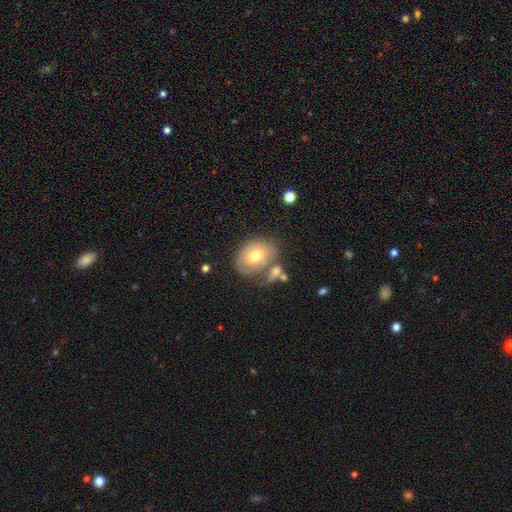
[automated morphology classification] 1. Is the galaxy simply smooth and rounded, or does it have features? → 56% smooth, 37% featured or disk, 7% star or artifact.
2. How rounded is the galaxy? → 66% in between, 33% round, 1% cigar-shaped.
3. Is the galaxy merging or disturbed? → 51% none, 20% minor disturbance, 19% merger, 9% major disturbance.